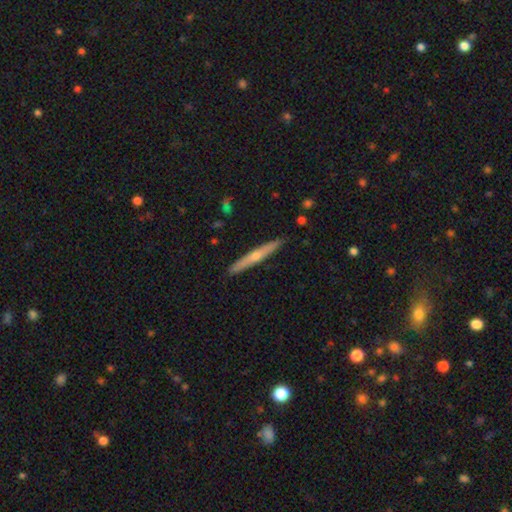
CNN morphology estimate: Smooth or featured?
  - featured or disk: 58% *
  - smooth: 36%
  - star or artifact: 6%
Edge-on disk?
  - yes: 96% *
  - no: 4%
Edge-on bulge?
  - rounded: 75% *
  - none: 22%
  - boxy: 3%
Merging?
  - none: 91% *
  - minor disturbance: 7%
  - major disturbance: 1%
  - merger: 1%